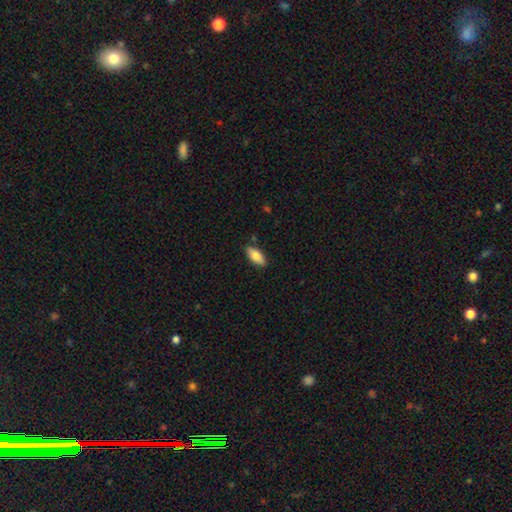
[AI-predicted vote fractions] Morphology: type=smooth (78%); roundness=in between (84%); merging=none (84%).